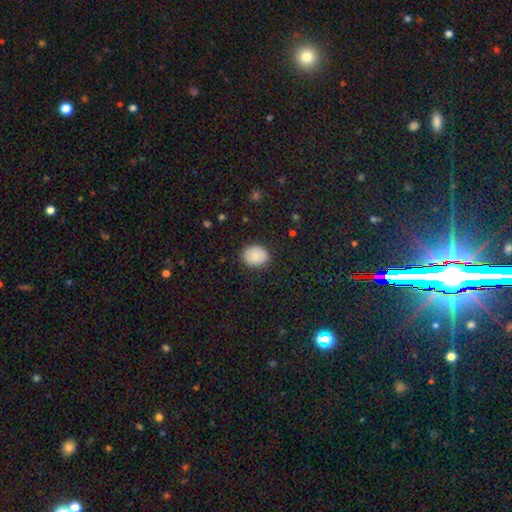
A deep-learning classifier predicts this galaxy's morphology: smooth 87%, star or artifact 8%, featured or disk 5%. Down the decision tree: how rounded — round (55%); merging — none (86%).